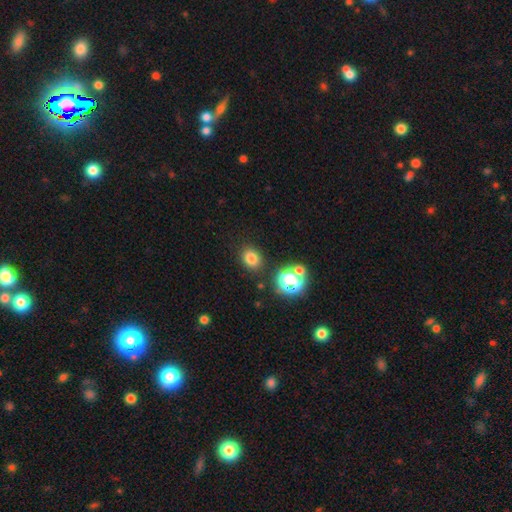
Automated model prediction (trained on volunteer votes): Smooth or featured? star or artifact (47%)